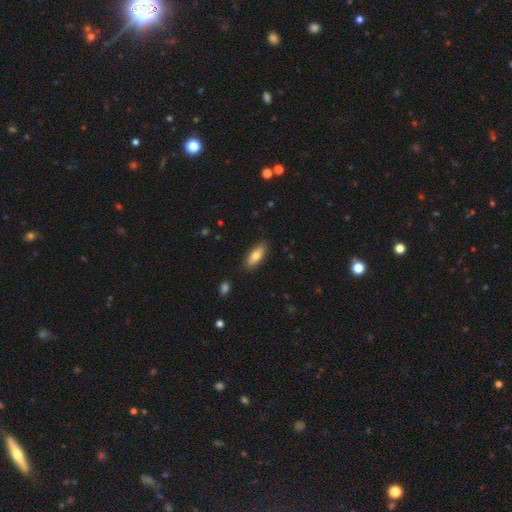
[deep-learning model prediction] This appears to be a smooth galaxy with no disk features (75%) that is in between round and cigar-shaped (76%). Merging: none (86%).